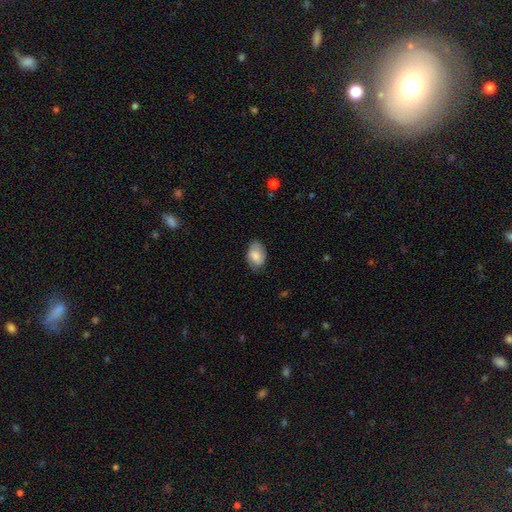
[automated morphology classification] Smooth or featured?
  - smooth: 81% *
  - featured or disk: 12%
  - star or artifact: 7%
How rounded?
  - in between: 84% *
  - round: 15%
  - cigar-shaped: 1%
Merging?
  - none: 73% *
  - minor disturbance: 22%
  - major disturbance: 4%
  - merger: 1%